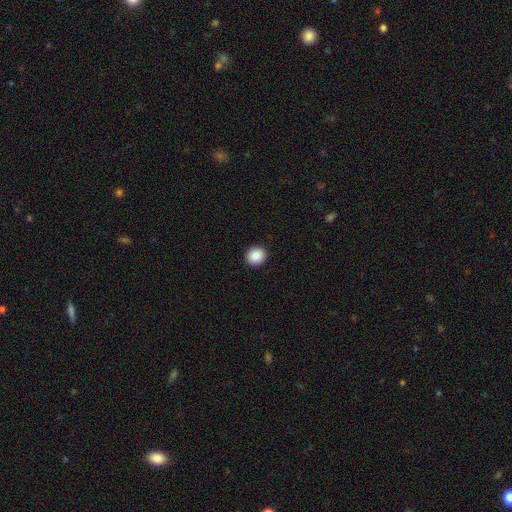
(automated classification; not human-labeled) This appears to be a smooth galaxy with no disk features (88%) that is round (84%). Merging: none (93%).